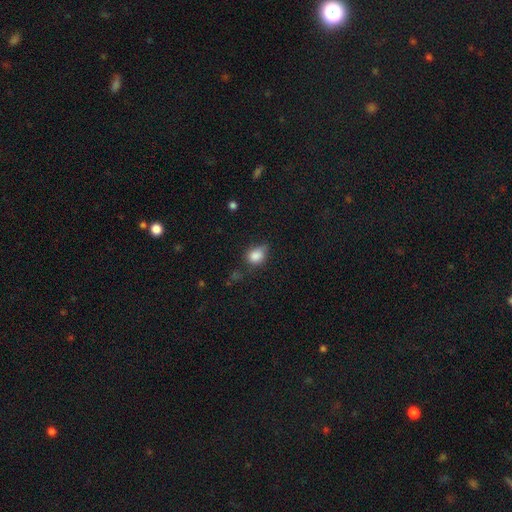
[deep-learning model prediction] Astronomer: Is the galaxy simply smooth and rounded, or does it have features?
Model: smooth — 84%.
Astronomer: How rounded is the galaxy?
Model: in between — 55% (runner-up: round, 43%).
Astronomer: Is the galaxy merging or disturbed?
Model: none — 50% (runner-up: minor disturbance, 36%).